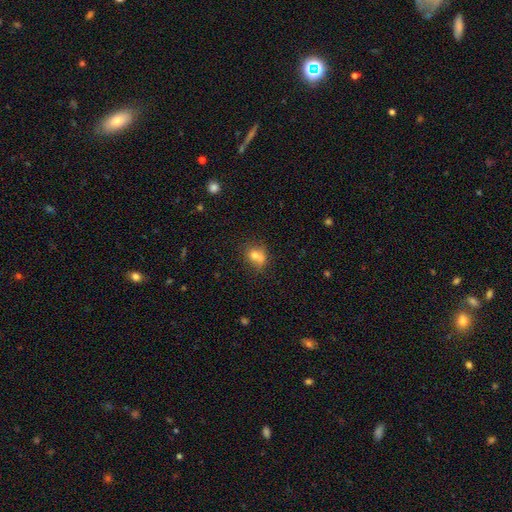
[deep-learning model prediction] Smooth or featured? smooth (70%)
How rounded? round (65%)
Merging? none (41%)